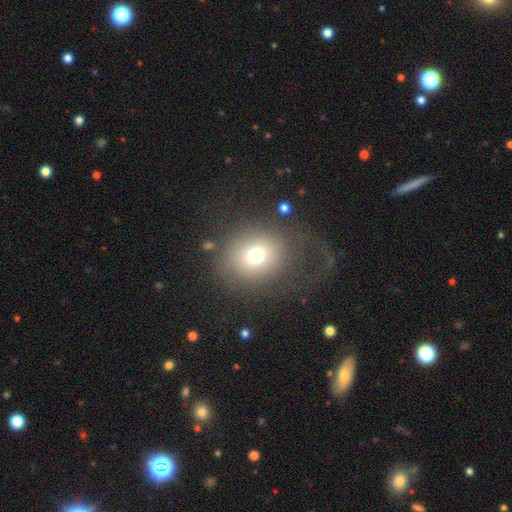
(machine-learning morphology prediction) A smooth galaxy with no disk features (71%) that is round (82%).

Vote fractions:
- Smooth or featured? smooth: 71% / star or artifact: 15% / featured or disk: 14%
- How rounded? round: 82% / in between: 18% / cigar-shaped: 1%
- Merging? none: 66% / major disturbance: 19% / minor disturbance: 12% / merger: 3%